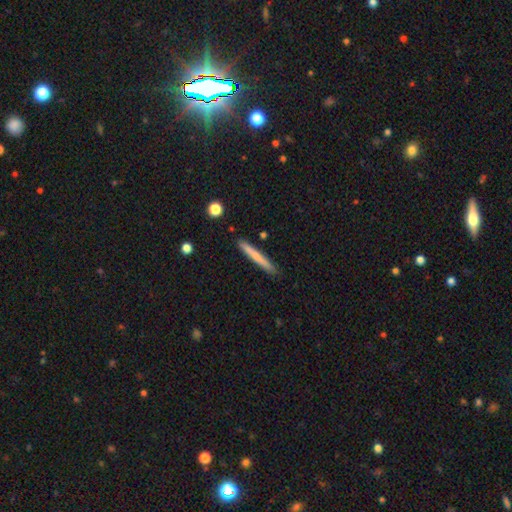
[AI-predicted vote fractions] smooth 68%, featured or disk 26%, star or artifact 6%. Down the decision tree: how rounded — cigar-shaped (96%); merging — none (89%).